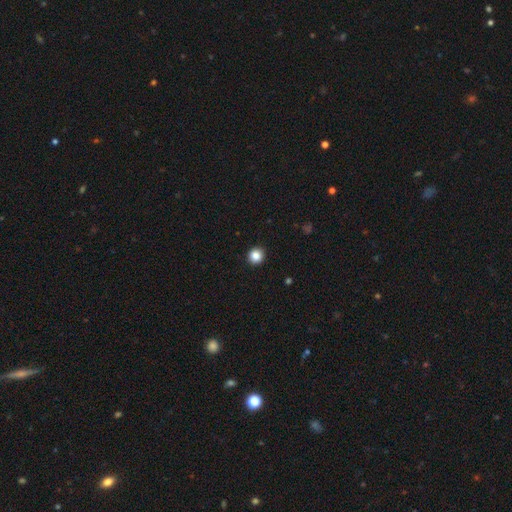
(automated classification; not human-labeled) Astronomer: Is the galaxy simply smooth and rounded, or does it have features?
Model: smooth — 86%.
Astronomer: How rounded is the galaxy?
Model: round — 93%.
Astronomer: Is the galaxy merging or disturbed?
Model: none — 93%.